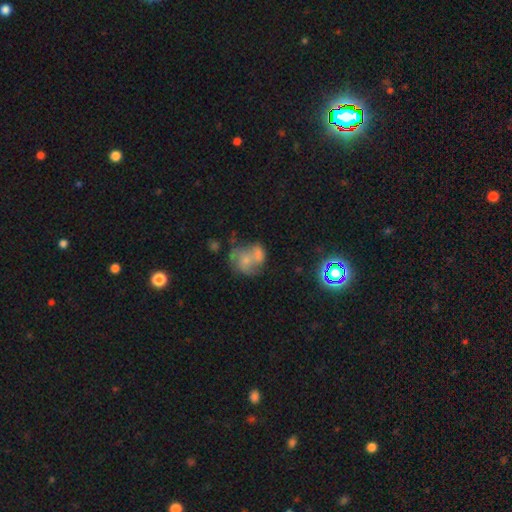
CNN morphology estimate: Overall: featured or disk (45%; smooth 41%). Merging: merger (62%).